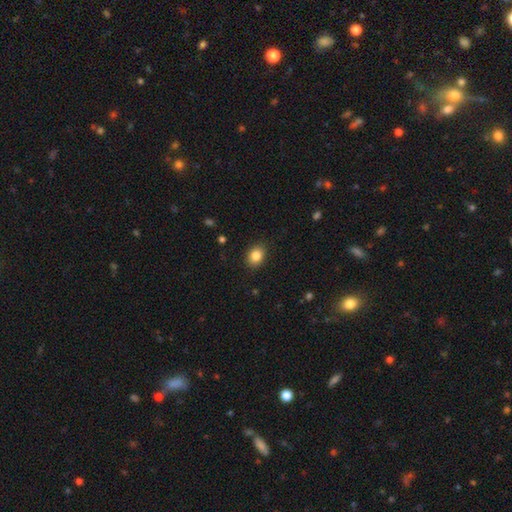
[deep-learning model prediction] The model was most divided on "how rounded": in between: 63%, round: 36%, cigar-shaped: 1%. More confident: merging — none (88%); smooth or featured — smooth (85%).